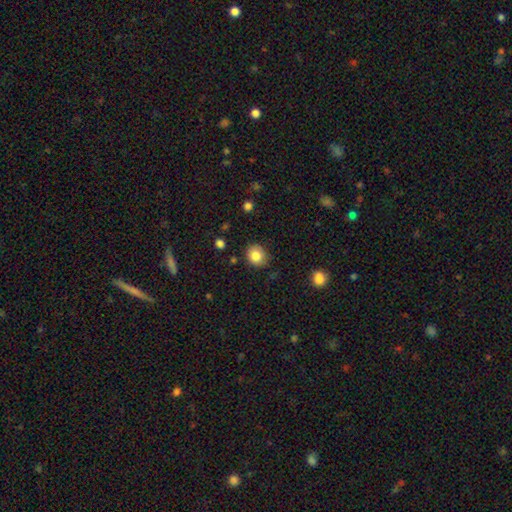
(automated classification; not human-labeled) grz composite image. It shows a smooth galaxy with no disk features (83%) that is round (83%). Merging: none (85%).